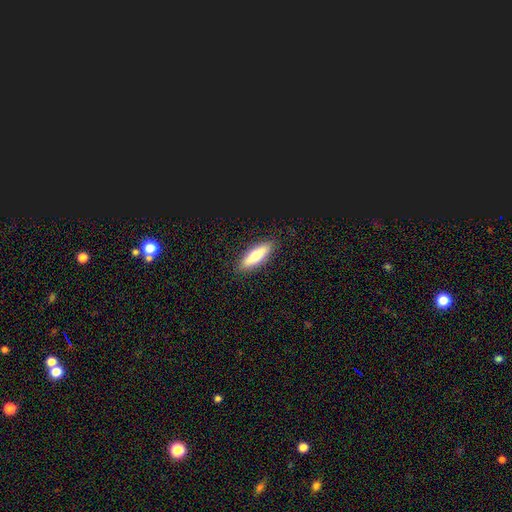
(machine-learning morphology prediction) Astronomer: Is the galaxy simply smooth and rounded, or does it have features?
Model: smooth — 68%.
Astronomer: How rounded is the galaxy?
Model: cigar-shaped — 55% (runner-up: in between, 43%).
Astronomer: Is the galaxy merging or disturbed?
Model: none — 89%.